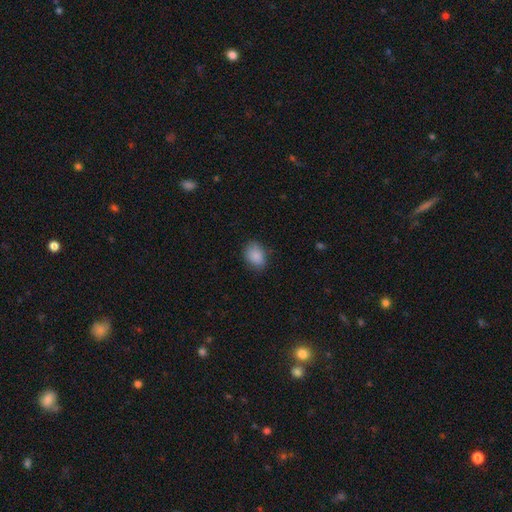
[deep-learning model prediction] Overall: smooth (88%). How rounded: in between (69%; round 30%). Merging: none (80%).